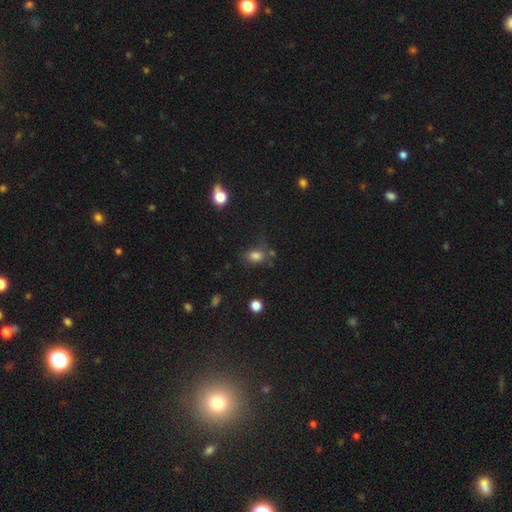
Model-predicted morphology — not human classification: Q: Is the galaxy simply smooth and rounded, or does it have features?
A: smooth — 80%.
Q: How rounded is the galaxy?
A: in between — 70%.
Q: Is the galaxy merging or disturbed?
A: none — 60%.